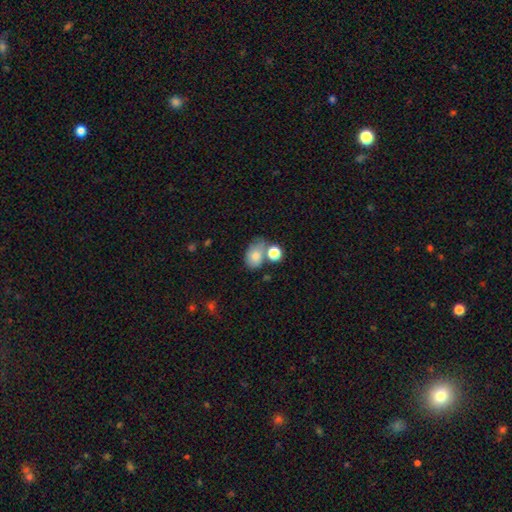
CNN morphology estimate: Overall: smooth (78%). How rounded: in between (73%). Merging: none (42%; merger 29%).